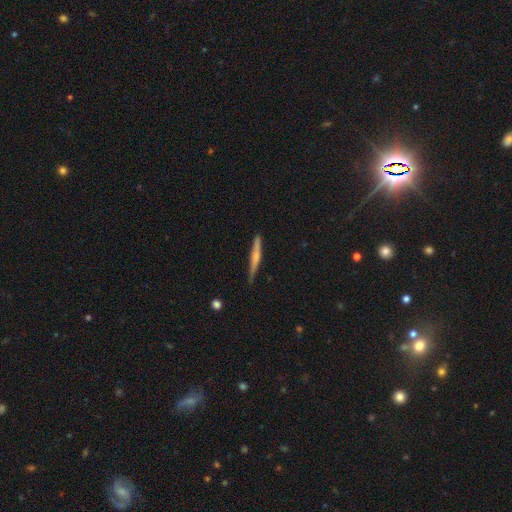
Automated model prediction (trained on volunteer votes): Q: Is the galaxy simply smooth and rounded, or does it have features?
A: smooth — 48%.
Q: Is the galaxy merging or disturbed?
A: none — 81%.